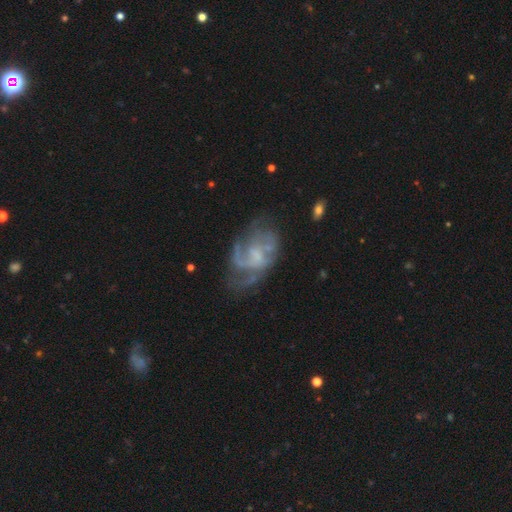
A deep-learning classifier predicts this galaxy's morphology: Smooth or featured? Predicted: featured or disk (p=0.76). Edge-on disk? Predicted: no (p=0.97). Bar? Predicted: no (p=0.59). Spiral arms? Predicted: yes (p=0.78). Spiral winding? Predicted: medium (p=0.42). Spiral arm count? Predicted: can't tell (p=0.37). Bulge size? Predicted: none (p=0.38). Merging? Predicted: none (p=0.44).